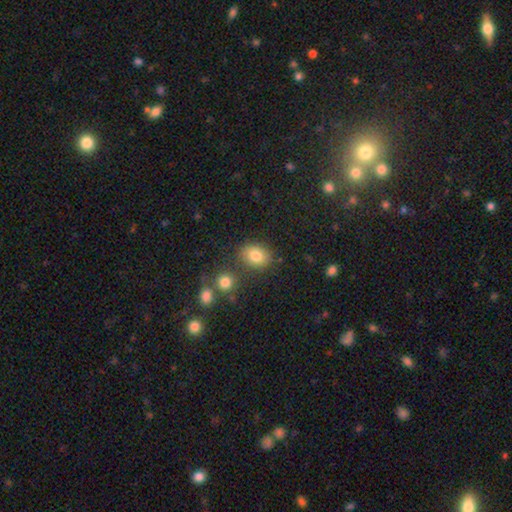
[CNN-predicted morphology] Smooth or featured: smooth — 80% (star or artifact — 11%)
How rounded: in between — 60% (round — 39%)
Merging: none — 76% (minor disturbance — 13%)